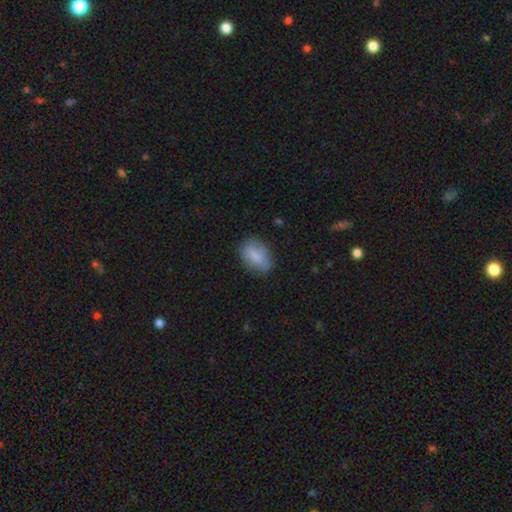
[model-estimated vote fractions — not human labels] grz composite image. It shows a smooth galaxy with no disk features (75%) that is in between round and cigar-shaped (85%). Merging: none (70%).